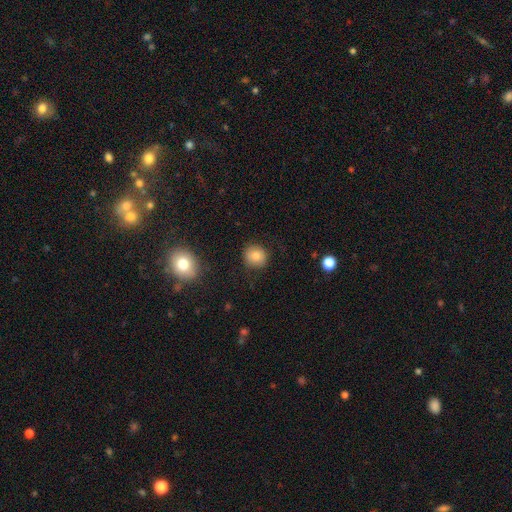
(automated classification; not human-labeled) smooth-or-featured: smooth: 80% | star or artifact: 11% | featured or disk: 9%
  how-rounded: round: 88% | in between: 11% | cigar-shaped: 1%
  merging: none: 86% | minor disturbance: 10% | major disturbance: 3% | merger: 1%